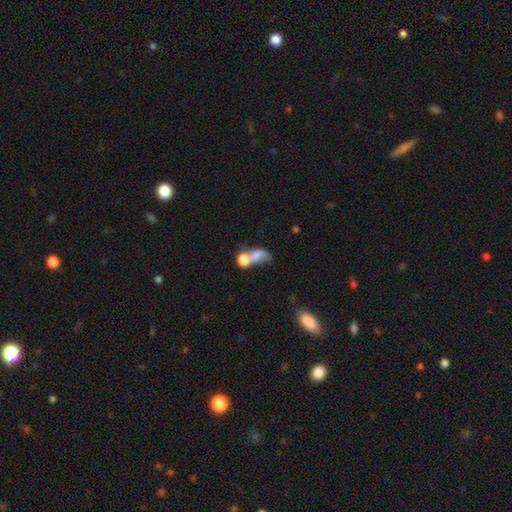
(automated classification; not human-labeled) Morphology: type=smooth (66%); roundness=in between (64%); merging=merger (65%).